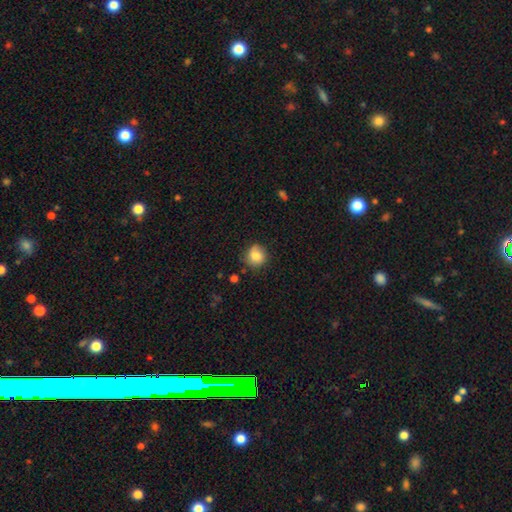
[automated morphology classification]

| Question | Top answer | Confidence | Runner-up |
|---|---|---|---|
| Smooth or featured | smooth | 80% | featured or disk (11%) |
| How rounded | round | 83% | in between (16%) |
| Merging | none | 73% | minor disturbance (20%) |